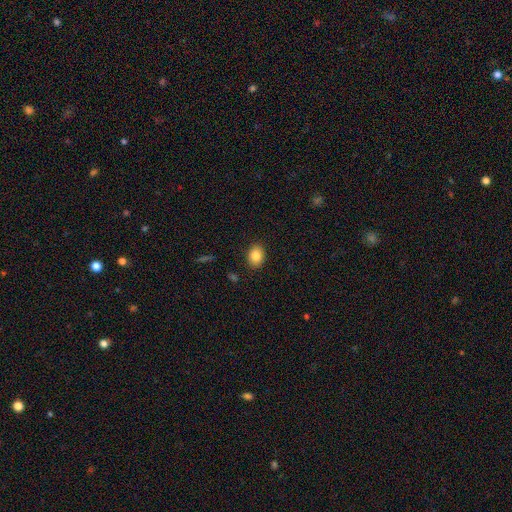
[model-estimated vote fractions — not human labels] smooth-or-featured: smooth: 85% | star or artifact: 9% | featured or disk: 7%
  how-rounded: in between: 66% | round: 33% | cigar-shaped: 1%
  merging: none: 89% | minor disturbance: 8% | major disturbance: 2% | merger: 1%